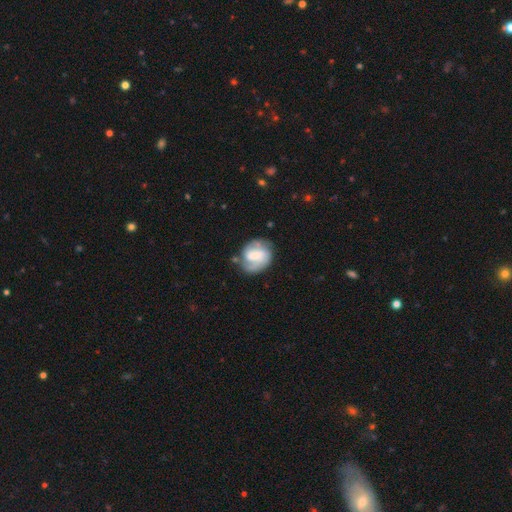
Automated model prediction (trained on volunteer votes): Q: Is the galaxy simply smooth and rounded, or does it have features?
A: featured or disk — 61%.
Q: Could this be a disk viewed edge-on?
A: no — 98%.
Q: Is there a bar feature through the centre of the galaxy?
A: weak — 42%.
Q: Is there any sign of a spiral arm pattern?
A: yes — 84%.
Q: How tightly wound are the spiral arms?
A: tight — 40%, tied with medium.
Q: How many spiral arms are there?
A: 2 — 55%.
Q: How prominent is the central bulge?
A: none — 32%.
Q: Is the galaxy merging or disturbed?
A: none — 56%.